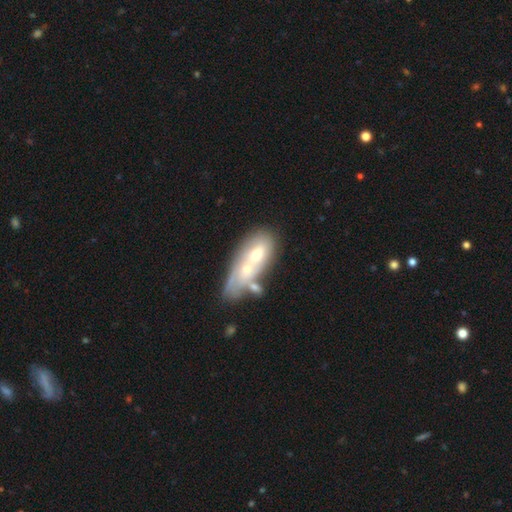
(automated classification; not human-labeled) Morphology: type=featured or disk (48%); merging=merger (59%).